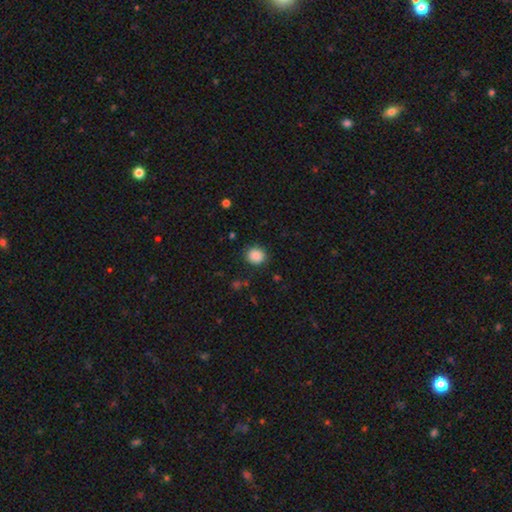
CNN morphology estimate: Q: Smooth or featured?
A: smooth (88%); runner-up: star or artifact (9%)
Q: How rounded?
A: round (81%); runner-up: in between (18%)
Q: Merging?
A: none (86%); runner-up: minor disturbance (9%)